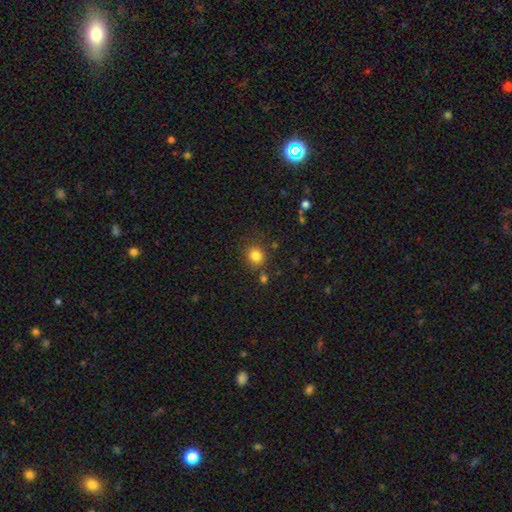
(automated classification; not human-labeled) Smooth or featured?
  - smooth: 82% *
  - star or artifact: 12%
  - featured or disk: 6%
How rounded?
  - round: 81% *
  - in between: 19%
  - cigar-shaped: 1%
Merging?
  - none: 79% *
  - minor disturbance: 11%
  - merger: 6%
  - major disturbance: 4%